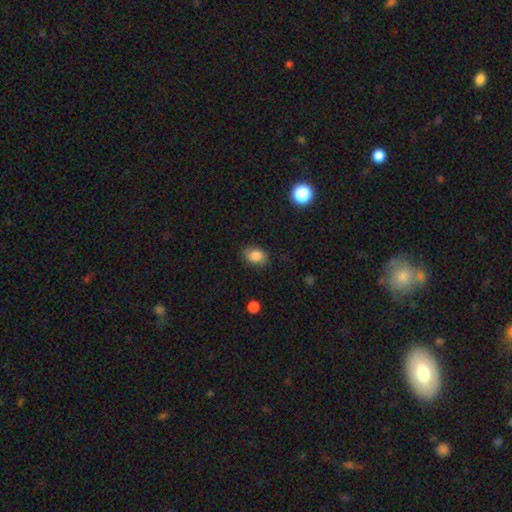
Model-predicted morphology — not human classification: Smooth or featured?
  - smooth: 83% *
  - star or artifact: 9%
  - featured or disk: 8%
How rounded?
  - in between: 70% *
  - round: 29%
  - cigar-shaped: 1%
Merging?
  - none: 77% *
  - minor disturbance: 17%
  - major disturbance: 4%
  - merger: 1%